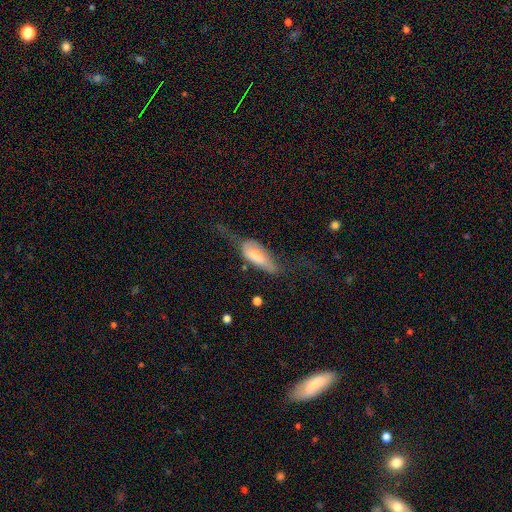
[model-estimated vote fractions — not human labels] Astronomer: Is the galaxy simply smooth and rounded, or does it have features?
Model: smooth — 66%.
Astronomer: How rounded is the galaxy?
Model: in between — 76%.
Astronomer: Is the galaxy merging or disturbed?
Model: major disturbance — 44% (runner-up: minor disturbance, 29%).